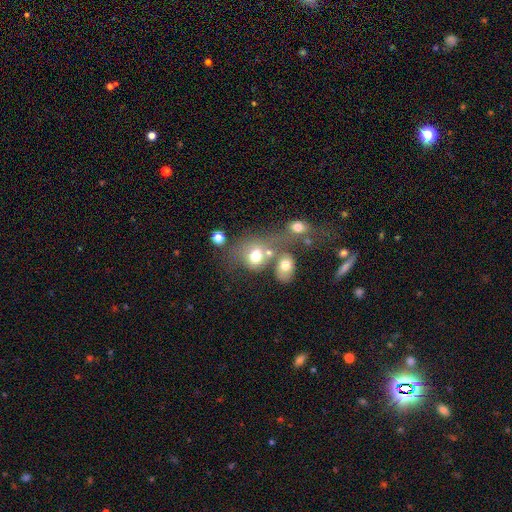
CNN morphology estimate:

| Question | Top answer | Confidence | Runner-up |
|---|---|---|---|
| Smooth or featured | smooth | 44% | star or artifact (36%) |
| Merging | merger | 41% | none (40%) |